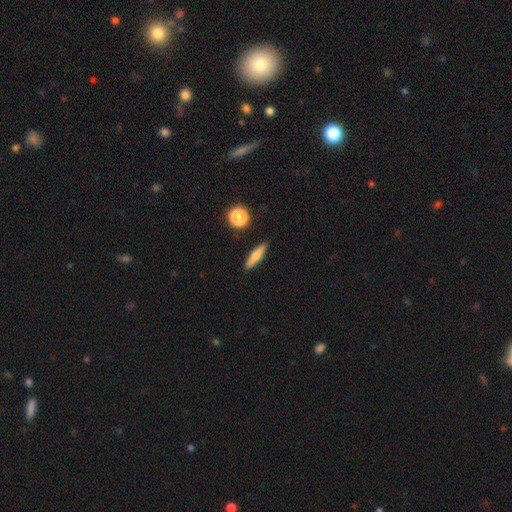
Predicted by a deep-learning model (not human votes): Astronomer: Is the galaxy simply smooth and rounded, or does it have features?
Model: smooth — 60%.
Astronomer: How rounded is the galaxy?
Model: cigar-shaped — 77%.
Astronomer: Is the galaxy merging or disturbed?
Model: none — 88%.